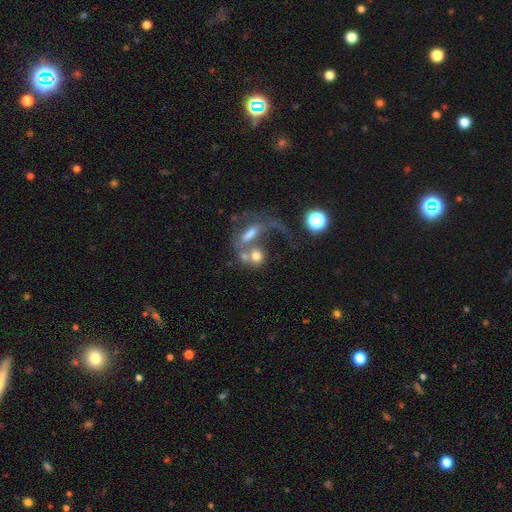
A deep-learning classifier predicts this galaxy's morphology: type=smooth (55%); roundness=round (52%); merging=merger (49%).